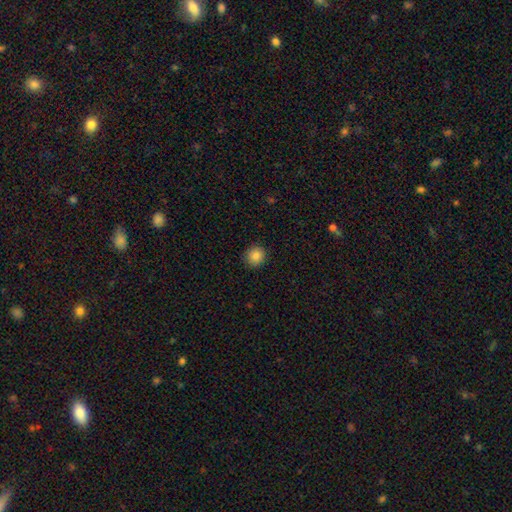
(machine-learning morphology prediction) Overall: smooth (85%). How rounded: round (88%). Merging: none (90%).